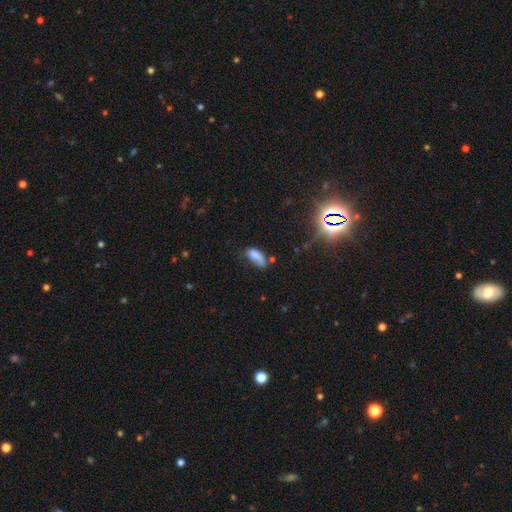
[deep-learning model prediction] smooth_or_featured: smooth (p=0.77) [alt: featured or disk p=0.12]
how_rounded: in between (p=0.82) [alt: cigar-shaped p=0.15]
merging: none (p=0.41) [alt: minor disturbance p=0.35]